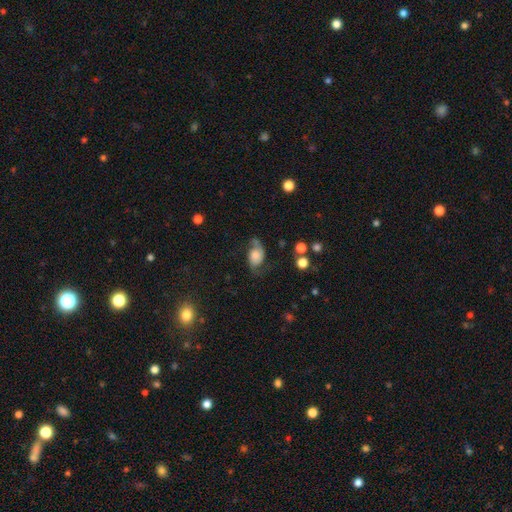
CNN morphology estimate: Smooth or featured?
  - featured or disk: 57% *
  - smooth: 33%
  - star or artifact: 10%
Edge-on disk?
  - no: 96% *
  - yes: 4%
Bar?
  - no: 73% *
  - weak: 23%
  - strong: 5%
Spiral arms?
  - yes: 90% *
  - no: 10%
Bulge size?
  - moderate: 31% *
  - small: 26%
  - large: 24%
  - none: 12%
  - dominant: 8%
Merging?
  - none: 55% *
  - minor disturbance: 24%
  - major disturbance: 18%
  - merger: 3%